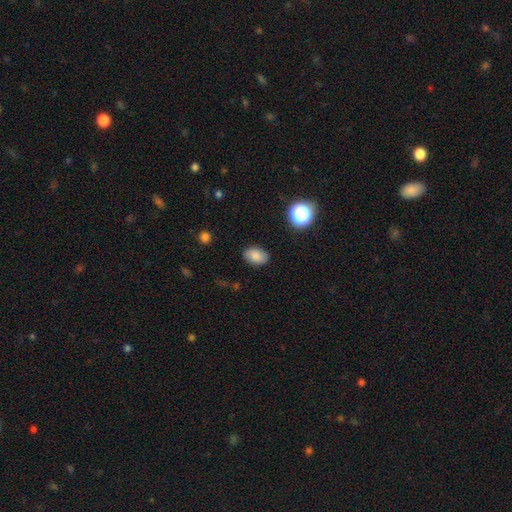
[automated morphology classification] A smooth galaxy with no disk features (83%) that is in between round and cigar-shaped (84%).

Vote fractions:
- Smooth or featured? smooth: 83% / star or artifact: 10% / featured or disk: 7%
- How rounded? in between: 84% / round: 15% / cigar-shaped: 1%
- Merging? none: 85% / minor disturbance: 11% / major disturbance: 3% / merger: 1%